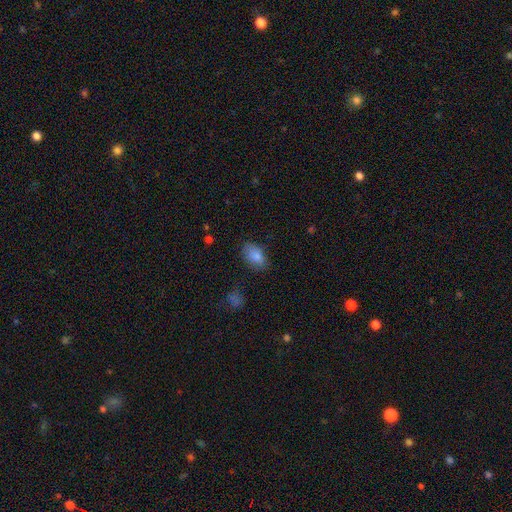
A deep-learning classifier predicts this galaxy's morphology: A smooth galaxy with no disk features (84%) that is in between round and cigar-shaped (90%). Merging: none (76%).